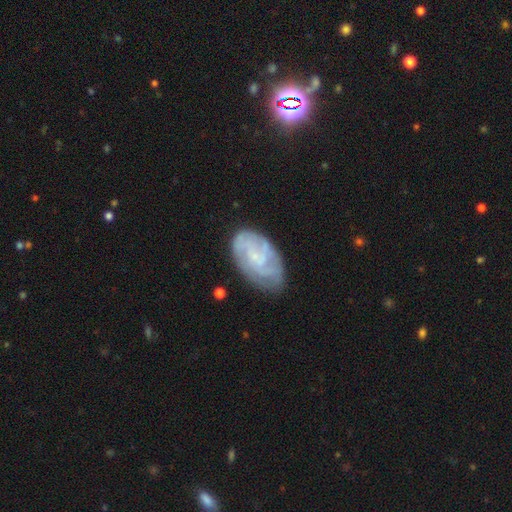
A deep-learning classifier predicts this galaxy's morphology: The model was most divided on "bar": no: 57%, weak: 36%, strong: 7%. Remaining: edge-on disk — no (96%); spiral arms — yes (86%); merging — none (69%); smooth or featured — featured or disk (68%); bulge size — small (60%); spiral winding — tight (57%); spiral arm count — can't tell (45%).